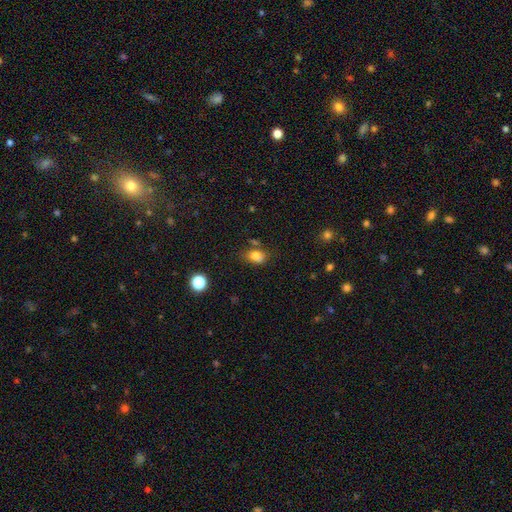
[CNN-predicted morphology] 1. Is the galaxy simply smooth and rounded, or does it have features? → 79% smooth, 12% star or artifact, 9% featured or disk.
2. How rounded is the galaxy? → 76% in between, 23% round, 2% cigar-shaped.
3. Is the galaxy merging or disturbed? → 59% none, 22% minor disturbance, 13% merger, 6% major disturbance.